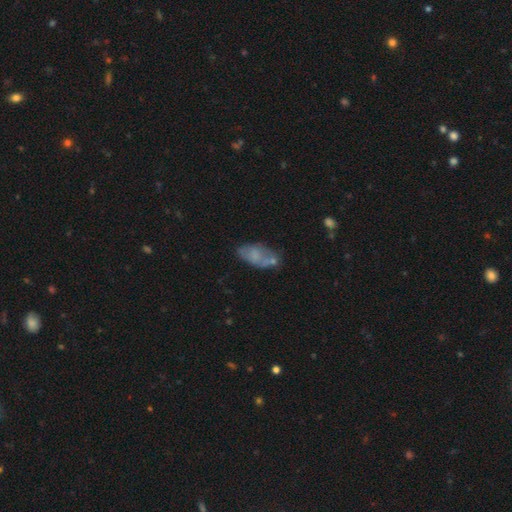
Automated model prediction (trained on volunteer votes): Smooth or featured? smooth (57%)
How rounded? in between (90%)
Merging? none (42%)